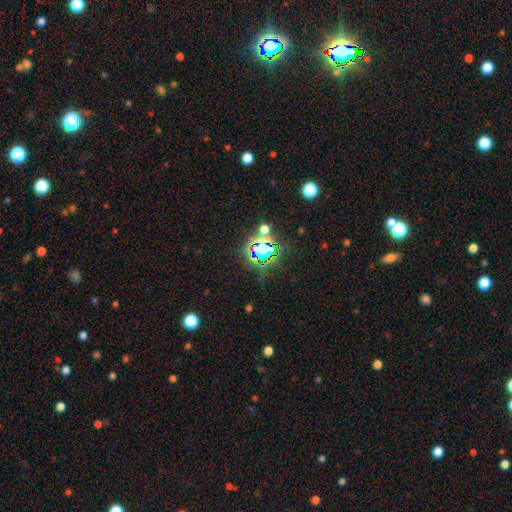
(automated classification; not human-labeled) Overall: star or artifact (71%).